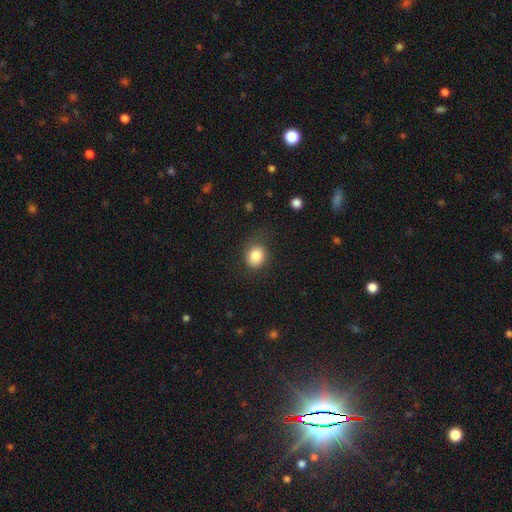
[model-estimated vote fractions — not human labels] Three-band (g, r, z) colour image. It shows a smooth galaxy with no disk features (84%) that is round (68%). Merging: none (75%).